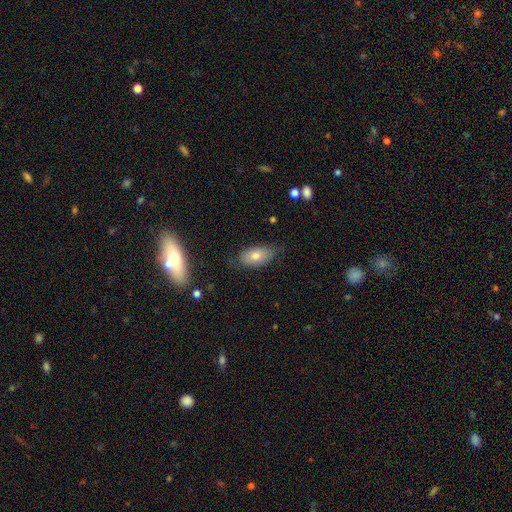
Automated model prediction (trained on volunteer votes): Overall: smooth (69%). How rounded: in between (91%). Merging: none (72%).